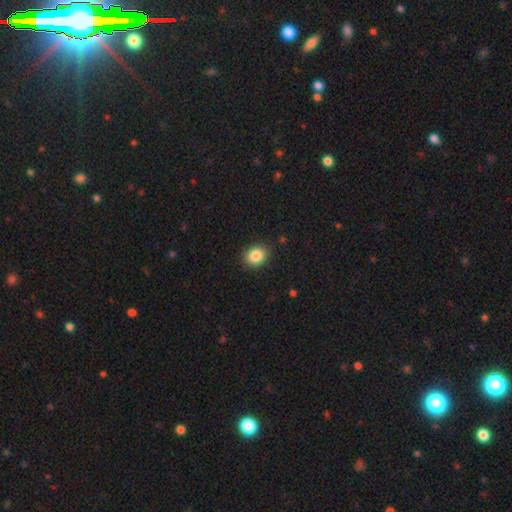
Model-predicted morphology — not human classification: Smooth or featured? Predicted: smooth (p=0.86). How rounded? Predicted: round (p=0.59). Merging? Predicted: none (p=0.87).